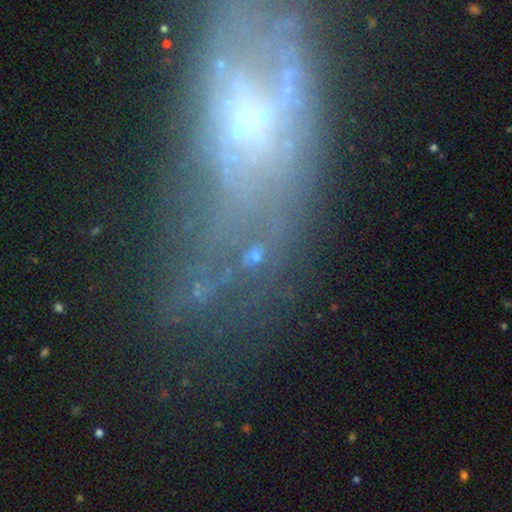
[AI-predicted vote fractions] A star or artifact, not a galaxy (49%).

Vote fractions:
- Smooth or featured? star or artifact: 49% / featured or disk: 29% / smooth: 22%